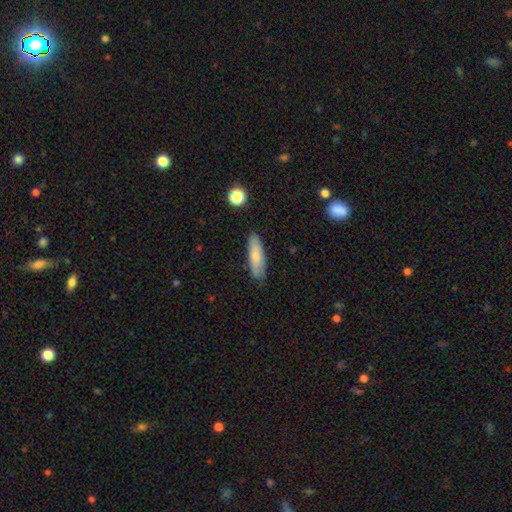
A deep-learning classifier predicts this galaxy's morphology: smooth-or-featured: smooth: 74% | featured or disk: 20% | star or artifact: 6%
  how-rounded: cigar-shaped: 52% | in between: 45% | round: 2%
  merging: none: 83% | minor disturbance: 13% | major disturbance: 2% | merger: 2%